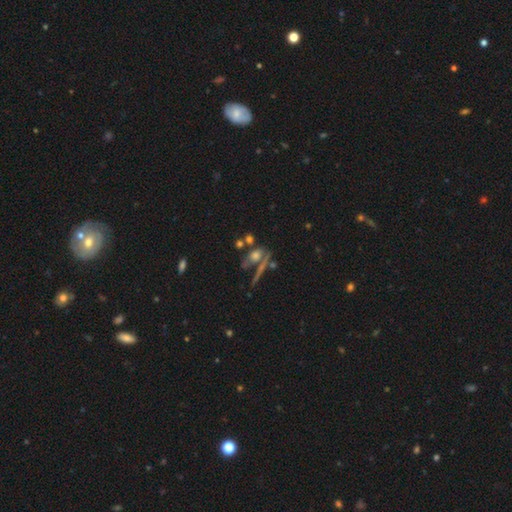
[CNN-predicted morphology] A smooth galaxy with no disk features (48%). Merging: none (41%).